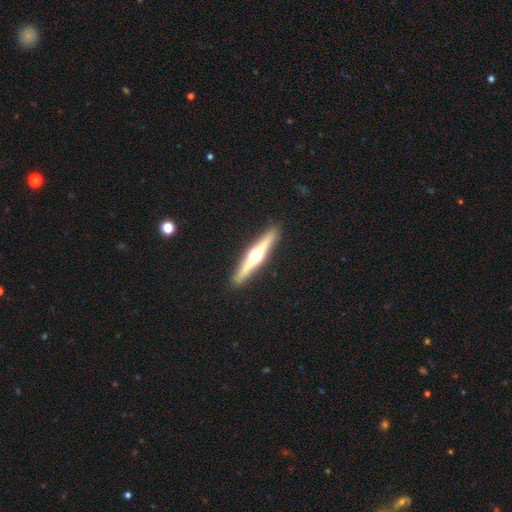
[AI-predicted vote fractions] The model was most divided on "smooth or featured": featured or disk: 76%, smooth: 20%, star or artifact: 5%. More confident: edge-on disk — yes (98%); edge-on bulge — rounded (95%); merging — none (92%).